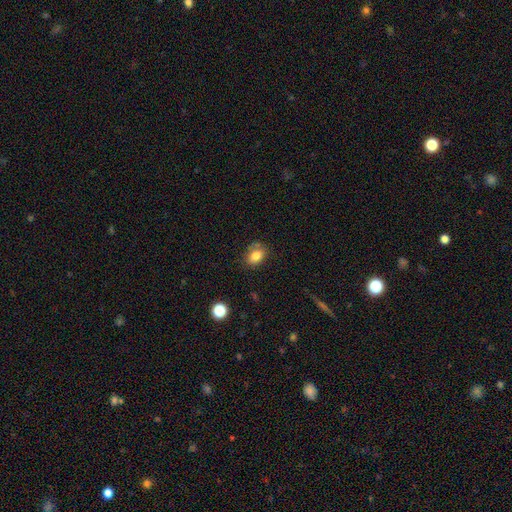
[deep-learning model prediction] This appears to be a smooth galaxy with no disk features (82%) that is in between round and cigar-shaped (69%). Merging: none (70%).